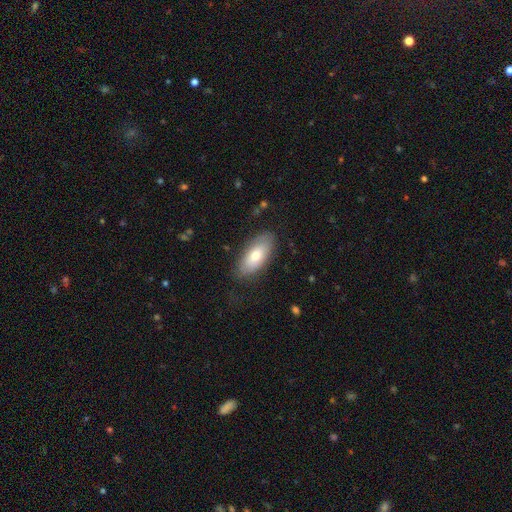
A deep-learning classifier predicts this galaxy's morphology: A smooth galaxy with no disk features (69%) that is in between round and cigar-shaped (86%). Merging: none (80%).